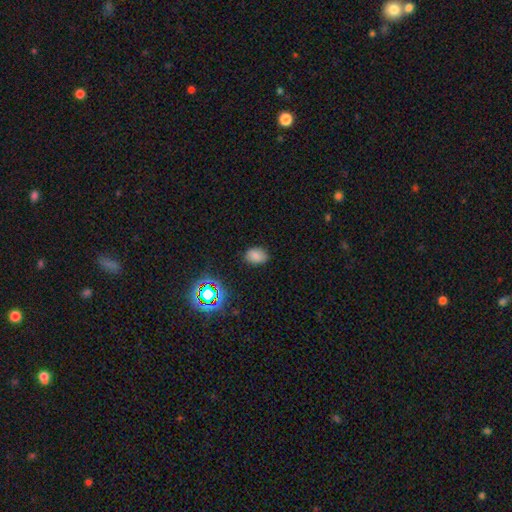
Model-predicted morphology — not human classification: This is likely a smooth galaxy (75%). How rounded: likely in between (79%). Merging: clearly none (81%).